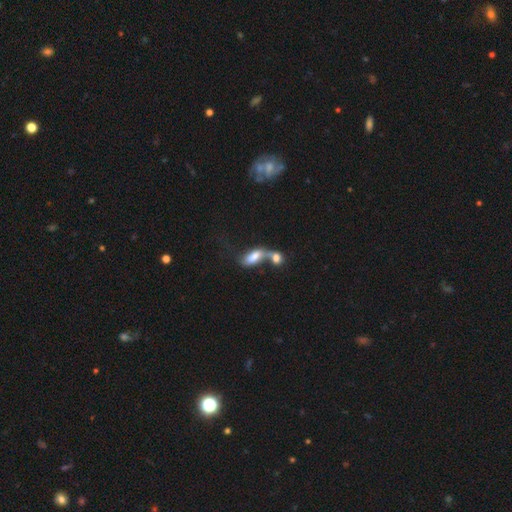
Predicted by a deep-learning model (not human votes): smooth_or_featured: smooth (p=0.63) [alt: featured or disk p=0.28]
how_rounded: in between (p=0.79) [alt: cigar-shaped p=0.15]
merging: merger (p=0.72) [alt: none p=0.12]